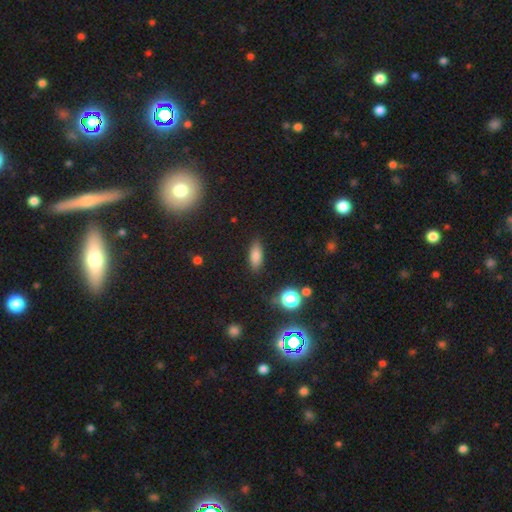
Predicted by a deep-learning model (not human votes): A smooth galaxy with no disk features (80%) that is in between round and cigar-shaped (77%).

Vote fractions:
- Smooth or featured? smooth: 80% / star or artifact: 12% / featured or disk: 8%
- How rounded? in between: 77% / cigar-shaped: 19% / round: 4%
- Merging? none: 86% / minor disturbance: 10% / major disturbance: 3% / merger: 1%